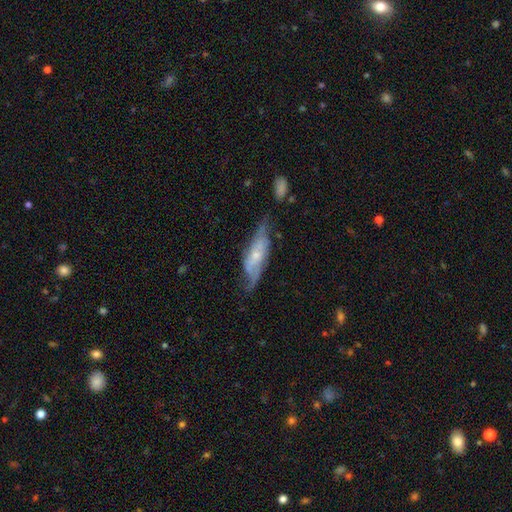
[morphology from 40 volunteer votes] This is likely a featured or disk galaxy (70%). It is likely not viewed edge-on (71%). Bar: clearly no (80%). Spiral arm pattern: likely yes (65%). Spiral arm count: likely 2 (69%). Spiral winding: likely loose (62%). Central bulge: likely small (65%). Merging: marginally none (36%).